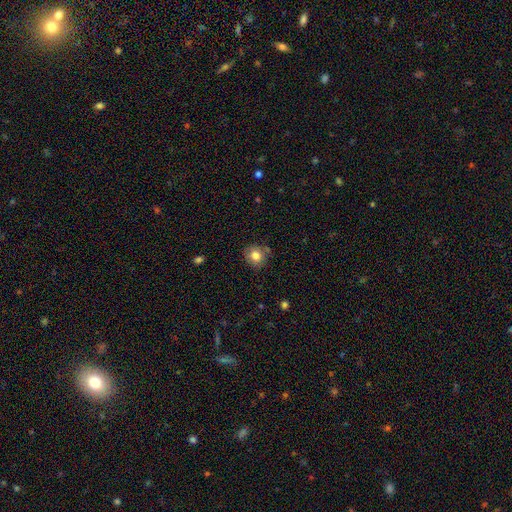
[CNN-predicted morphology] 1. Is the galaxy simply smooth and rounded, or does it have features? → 80% smooth, 10% star or artifact, 9% featured or disk.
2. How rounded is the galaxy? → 82% round, 17% in between, 1% cigar-shaped.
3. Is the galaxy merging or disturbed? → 79% none, 14% minor disturbance, 4% merger, 3% major disturbance.